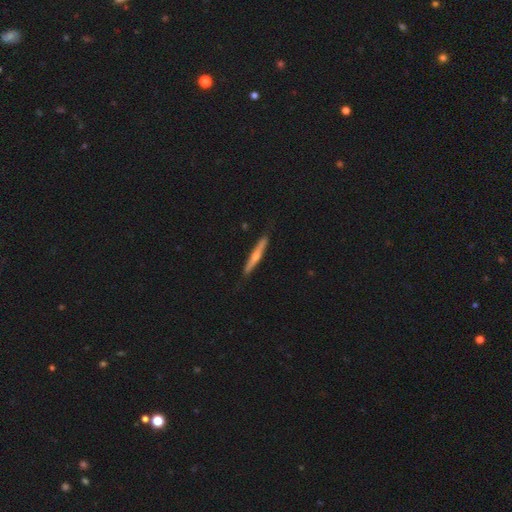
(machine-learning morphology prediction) Smooth or featured? featured or disk (52%)
Edge-on disk? yes (96%)
Edge-on bulge? rounded (69%)
Merging? none (86%)